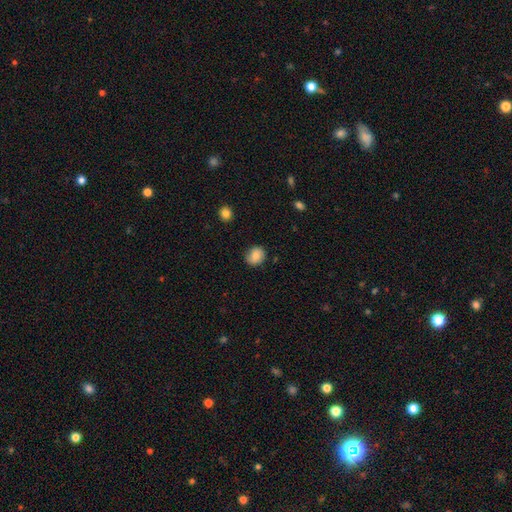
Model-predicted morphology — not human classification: Smooth or featured? Predicted: smooth (p=0.75). How rounded? Predicted: round (p=0.72). Merging? Predicted: none (p=0.79).